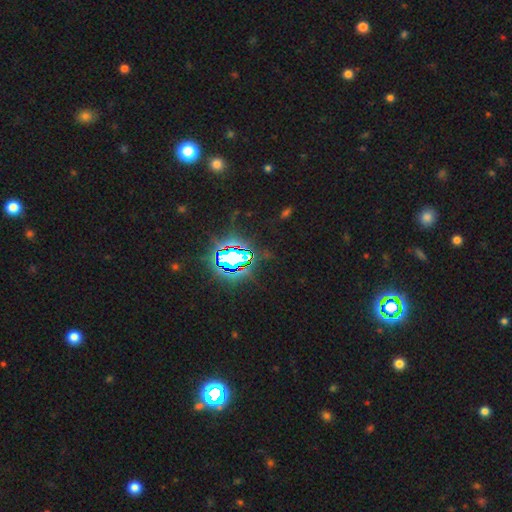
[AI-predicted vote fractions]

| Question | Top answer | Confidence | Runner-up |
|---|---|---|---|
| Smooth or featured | star or artifact | 81% | smooth (12%) |